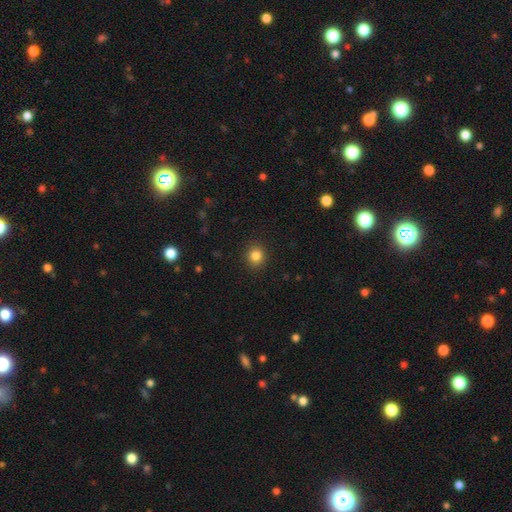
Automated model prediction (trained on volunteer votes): This is clearly a smooth galaxy (84%). How rounded: clearly round (86%). Merging: clearly none (91%).